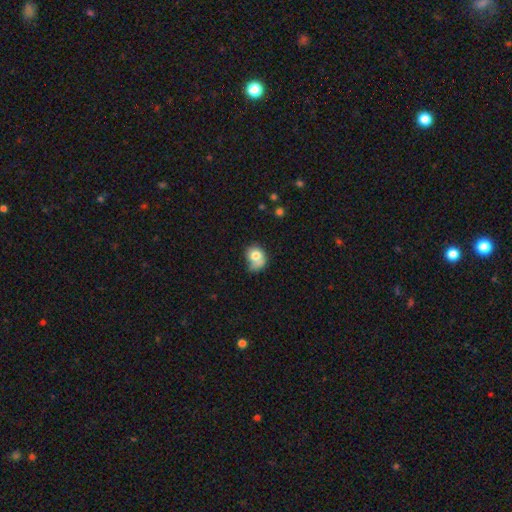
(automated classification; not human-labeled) Q: Smooth or featured?
A: smooth (75%); runner-up: featured or disk (15%)
Q: How rounded?
A: round (60%); runner-up: in between (39%)
Q: Merging?
A: none (32%); runner-up: minor disturbance (30%)